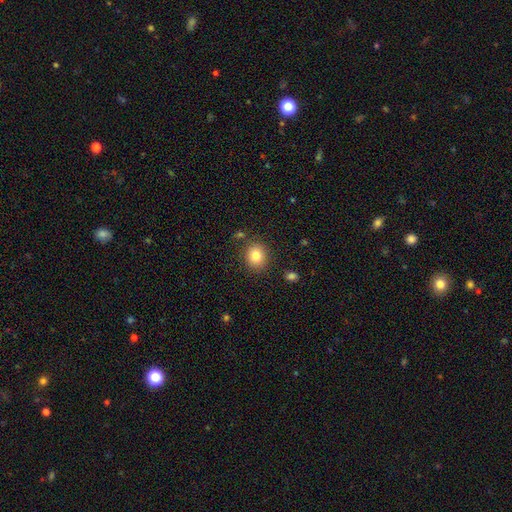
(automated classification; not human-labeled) A smooth galaxy with no disk features (82%) that is round (73%). Merging: none (85%).